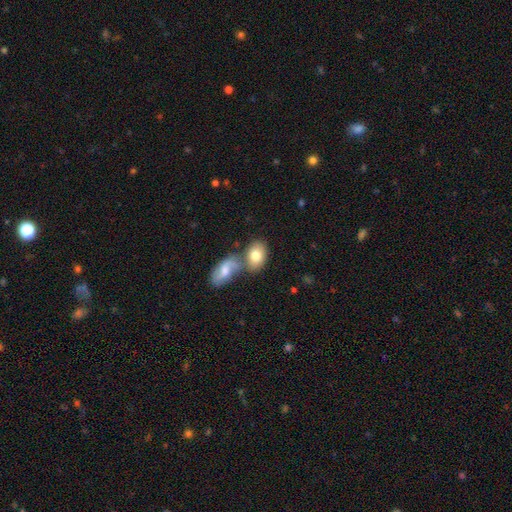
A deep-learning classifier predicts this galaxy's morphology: smooth_or_featured: smooth (p=0.76) [alt: featured or disk p=0.18]
how_rounded: in between (p=0.83) [alt: round p=0.15]
merging: none (p=0.44) [alt: merger p=0.40]